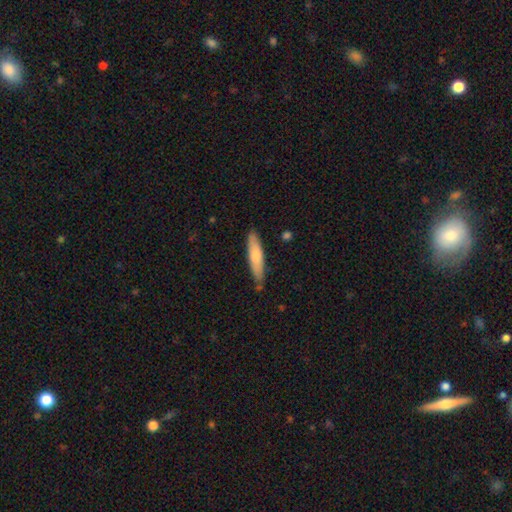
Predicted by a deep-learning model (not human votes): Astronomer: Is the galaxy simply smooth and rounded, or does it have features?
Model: smooth — 68%.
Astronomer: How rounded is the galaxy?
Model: cigar-shaped — 80%.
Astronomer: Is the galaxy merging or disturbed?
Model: none — 79%.